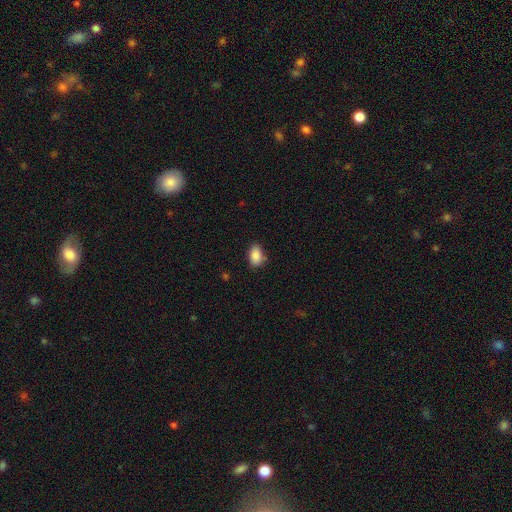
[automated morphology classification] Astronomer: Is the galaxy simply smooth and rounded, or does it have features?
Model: smooth — 87%.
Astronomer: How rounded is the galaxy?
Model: in between — 90%.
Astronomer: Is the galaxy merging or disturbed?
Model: none — 79%.